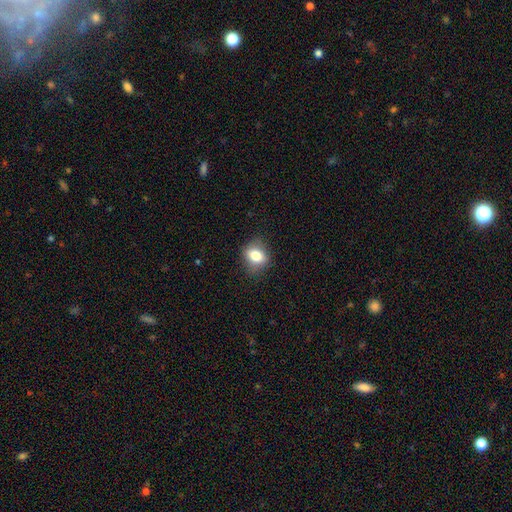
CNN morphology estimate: Smooth or featured?
  - smooth: 79% *
  - featured or disk: 11%
  - star or artifact: 10%
How rounded?
  - in between: 56% *
  - round: 42%
  - cigar-shaped: 2%
Merging?
  - none: 80% *
  - minor disturbance: 15%
  - major disturbance: 4%
  - merger: 1%